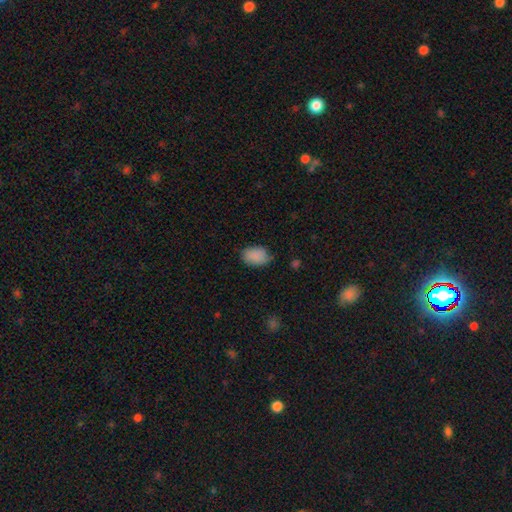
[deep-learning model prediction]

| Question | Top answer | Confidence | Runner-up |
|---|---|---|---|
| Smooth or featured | smooth | 87% | star or artifact (8%) |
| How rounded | in between | 84% | round (15%) |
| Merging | none | 68% | minor disturbance (26%) |